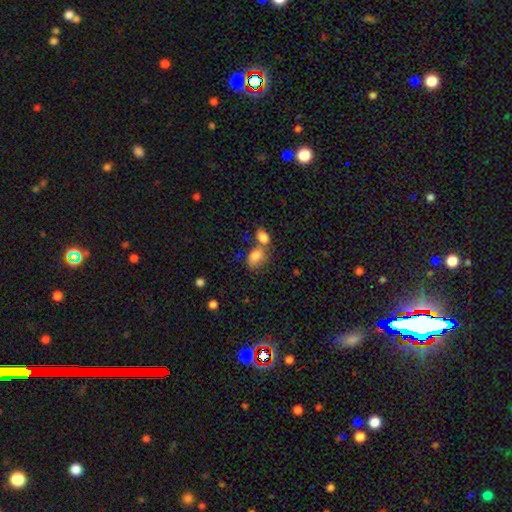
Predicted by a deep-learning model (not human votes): Morphology: type=smooth (83%); roundness=in between (80%); merging=merger (48%).